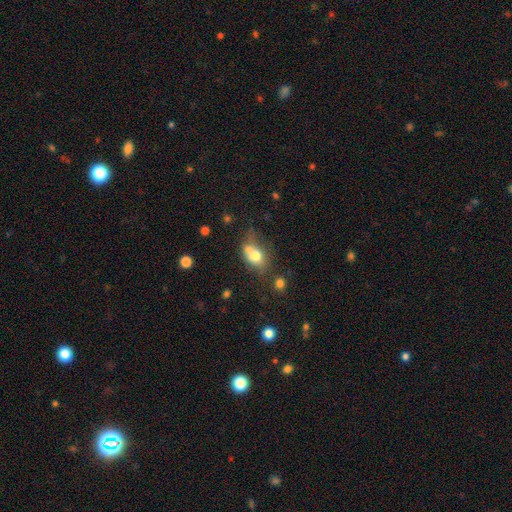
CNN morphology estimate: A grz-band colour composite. It shows a smooth galaxy with no disk features (70%) that is in between round and cigar-shaped (57%). Merging: merger (48%).